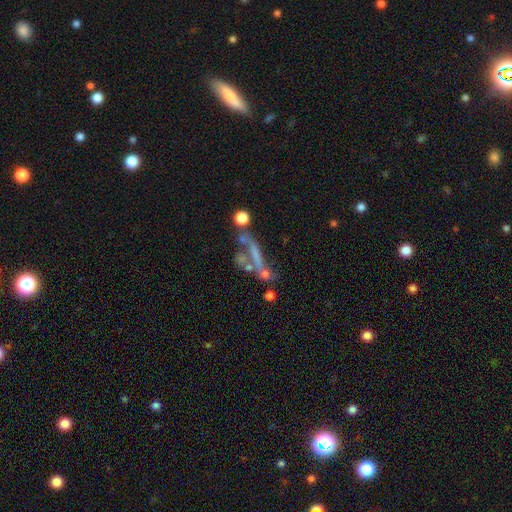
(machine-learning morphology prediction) Smooth or featured? Predicted: featured or disk (p=0.46). Merging? Predicted: none (p=0.34).